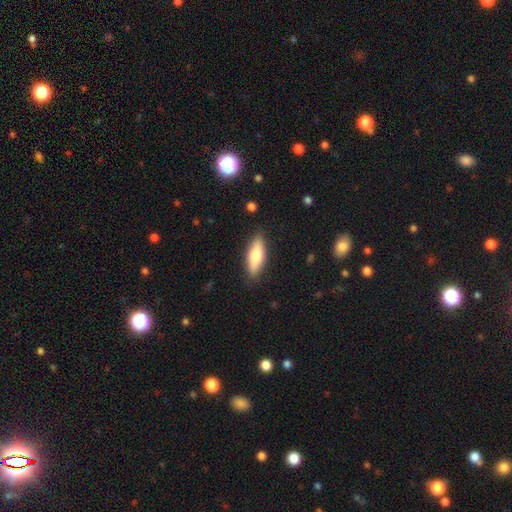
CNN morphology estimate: Smooth or featured? Predicted: smooth (p=0.69). How rounded? Predicted: in between (p=0.64). Merging? Predicted: none (p=0.86).